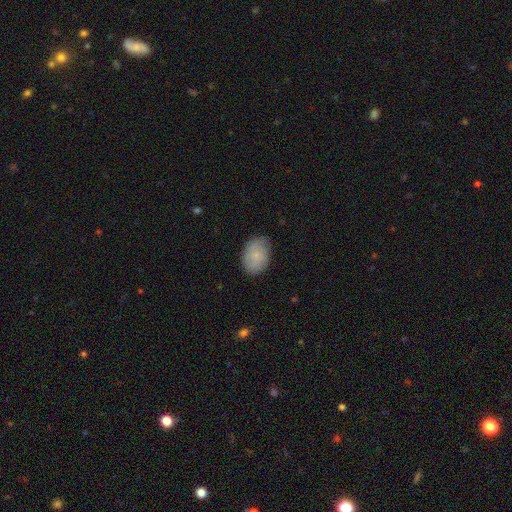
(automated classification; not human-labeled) smooth-or-featured: smooth: 78% | featured or disk: 16% | star or artifact: 7%
  how-rounded: in between: 77% | round: 22% | cigar-shaped: 1%
  merging: none: 78% | minor disturbance: 18% | major disturbance: 3% | merger: 1%